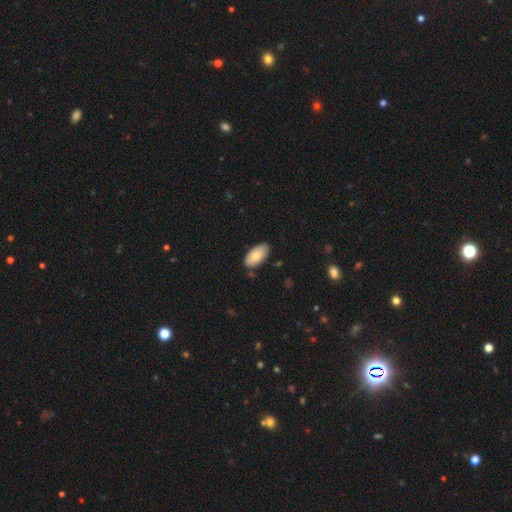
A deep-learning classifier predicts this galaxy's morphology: A smooth galaxy with no disk features (81%) that is in between round and cigar-shaped (95%). Merging: none (83%).